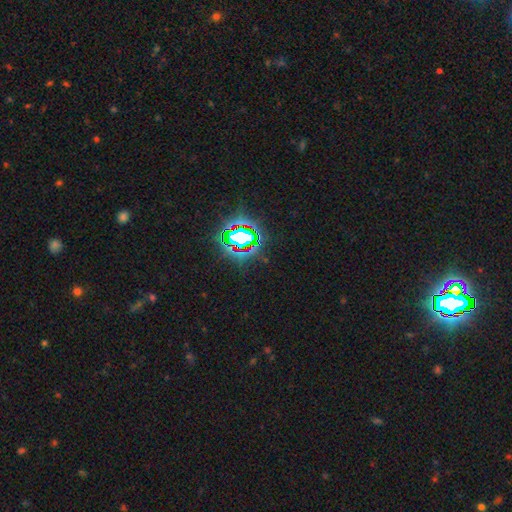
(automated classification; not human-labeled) Morphology: type=star or artifact (82%).